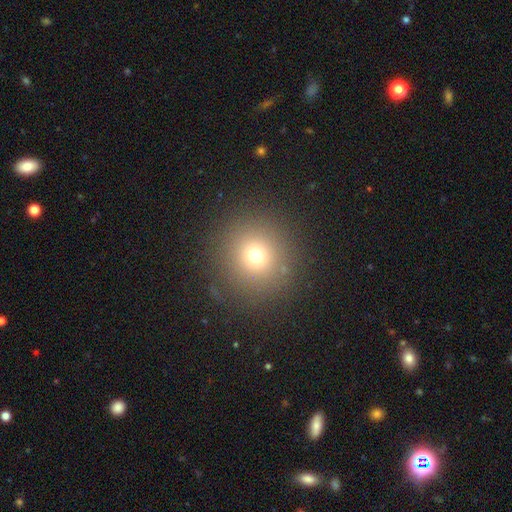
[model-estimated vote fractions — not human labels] Q: Smooth or featured?
A: smooth (70%); runner-up: star or artifact (18%)
Q: How rounded?
A: round (93%); runner-up: in between (6%)
Q: Merging?
A: none (88%); runner-up: minor disturbance (7%)